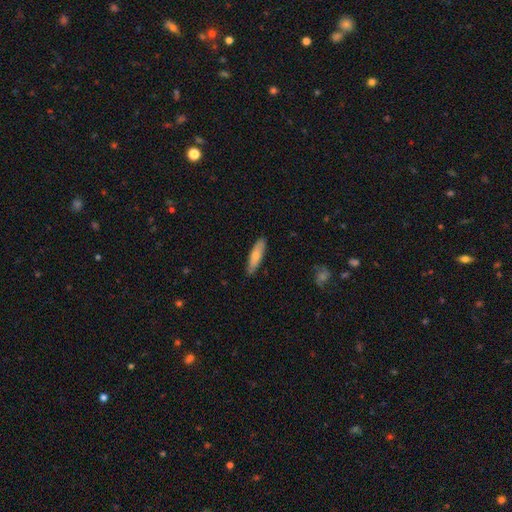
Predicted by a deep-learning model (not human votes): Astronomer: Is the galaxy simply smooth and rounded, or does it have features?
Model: smooth — 71%.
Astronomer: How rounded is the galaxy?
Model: cigar-shaped — 71%.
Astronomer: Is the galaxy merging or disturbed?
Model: none — 85%.